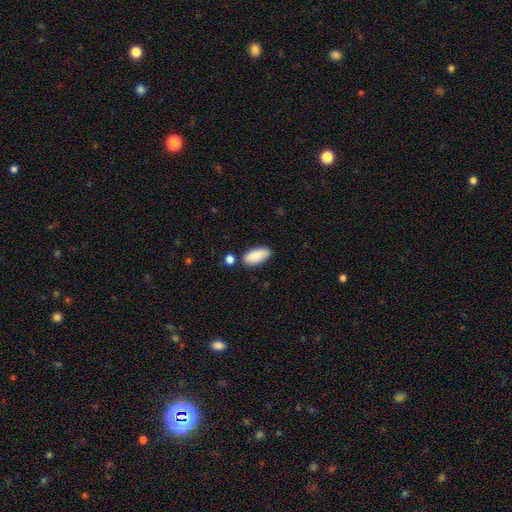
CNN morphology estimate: This appears to be a smooth galaxy with no disk features (87%) that is in between round and cigar-shaped (87%). Merging: none (77%).